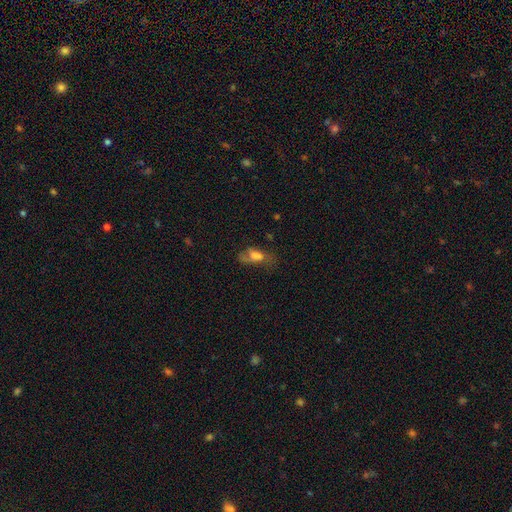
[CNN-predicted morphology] The model was most divided on "merging": major disturbance: 37%, none: 32%, minor disturbance: 23%, merger: 9%. More confident: how rounded — in between (80%); smooth or featured — smooth (56%).